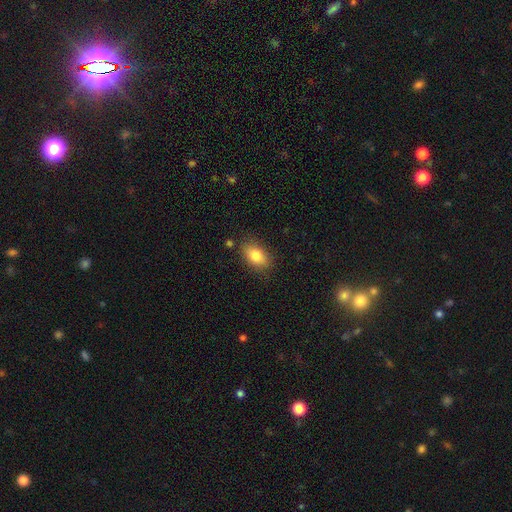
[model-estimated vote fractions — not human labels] Smooth or featured? smooth (81%)
How rounded? in between (87%)
Merging? none (81%)